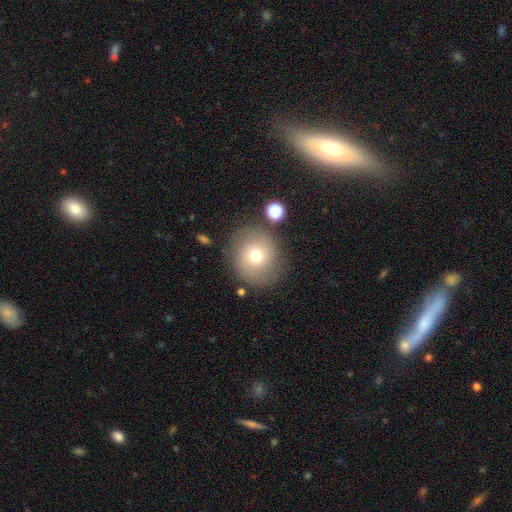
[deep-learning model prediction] Smooth or featured? Predicted: smooth (p=0.68). How rounded? Predicted: round (p=0.85). Merging? Predicted: none (p=0.78).